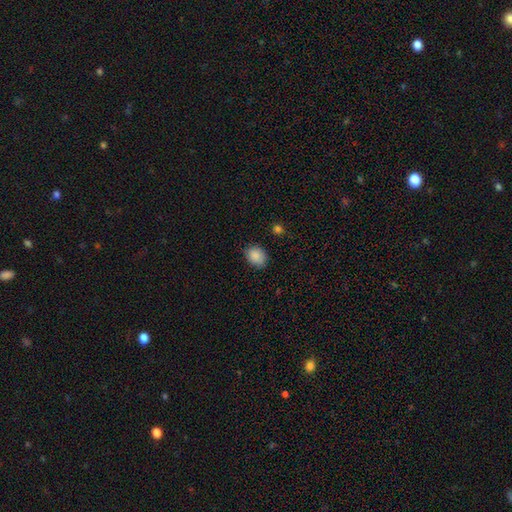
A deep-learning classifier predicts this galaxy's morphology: Q: Smooth or featured?
A: smooth (87%); runner-up: star or artifact (8%)
Q: How rounded?
A: in between (61%); runner-up: round (38%)
Q: Merging?
A: none (81%); runner-up: minor disturbance (15%)